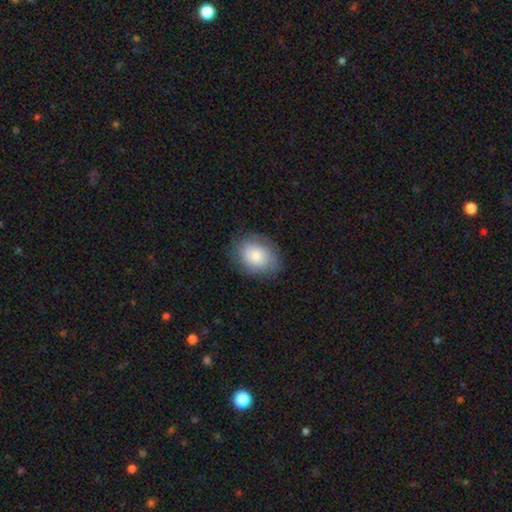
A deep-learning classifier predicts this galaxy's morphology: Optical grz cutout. It shows a smooth galaxy with no disk features (78%) that is in between round and cigar-shaped (61%). Merging: none (78%).